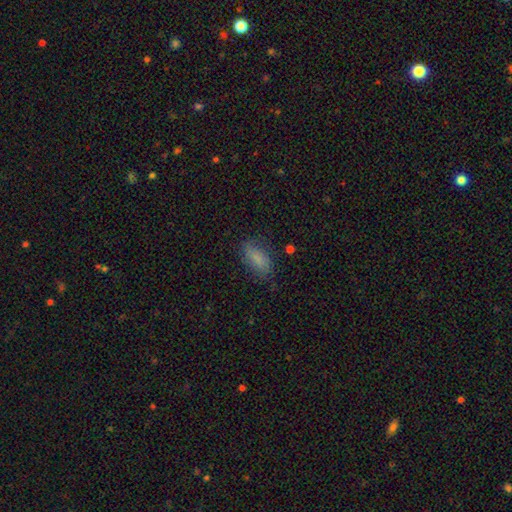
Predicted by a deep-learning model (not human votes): smooth 80%, featured or disk 11%, star or artifact 9%. Down the decision tree: how rounded — in between (84%); merging — none (75%).